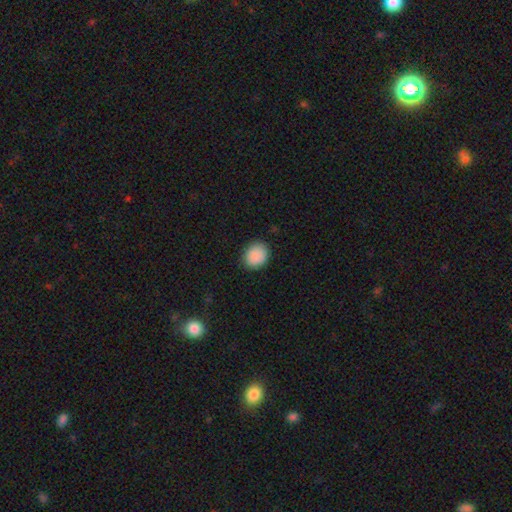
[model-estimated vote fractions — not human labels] smooth-or-featured: smooth: 89% | star or artifact: 8% | featured or disk: 3%
  how-rounded: round: 64% | in between: 36% | cigar-shaped: 1%
  merging: none: 86% | minor disturbance: 10% | major disturbance: 2% | merger: 1%